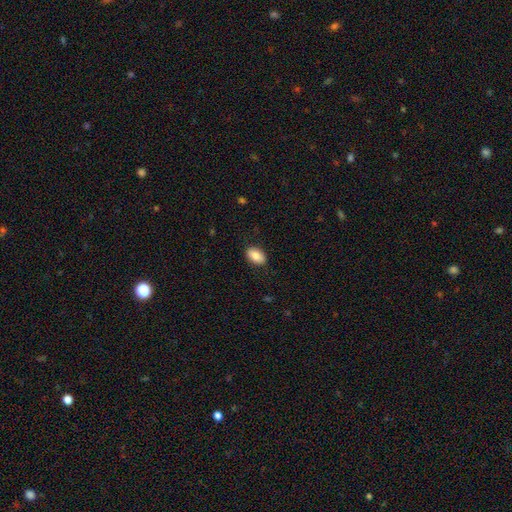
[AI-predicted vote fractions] Q: Smooth or featured?
A: smooth (85%); runner-up: featured or disk (8%)
Q: How rounded?
A: in between (92%); runner-up: round (6%)
Q: Merging?
A: none (88%); runner-up: minor disturbance (9%)